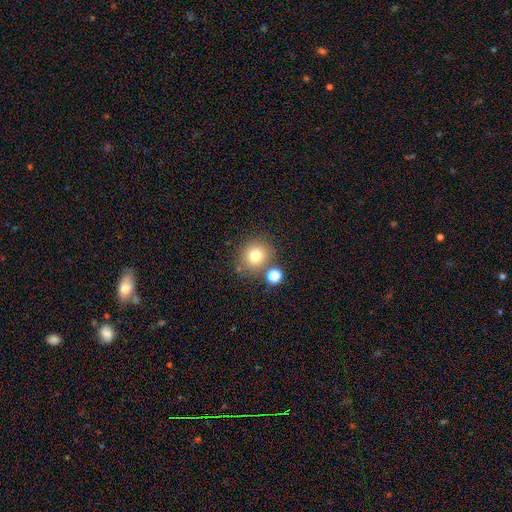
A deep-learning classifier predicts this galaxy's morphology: Smooth or featured? Predicted: smooth (p=0.77). How rounded? Predicted: round (p=0.86). Merging? Predicted: none (p=0.73).